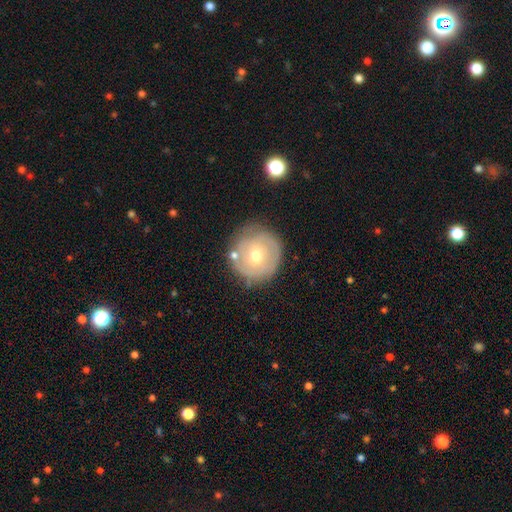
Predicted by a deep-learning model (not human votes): A featured or disk galaxy (54%) with no bar (69%), spiral arms (66%) and a moderate central bulge (59%).

Vote fractions:
- Smooth or featured? featured or disk: 54% / smooth: 38% / star or artifact: 7%
- Edge-on disk? no: 97% / yes: 3%
- Bar? no: 69% / weak: 26% / strong: 5%
- Spiral arms? yes: 66% / no: 34%
- Bulge size? moderate: 59% / small: 37% / large: 2% / none: 1% / dominant: 1%
- Merging? none: 73% / minor disturbance: 17% / major disturbance: 5% / merger: 5%